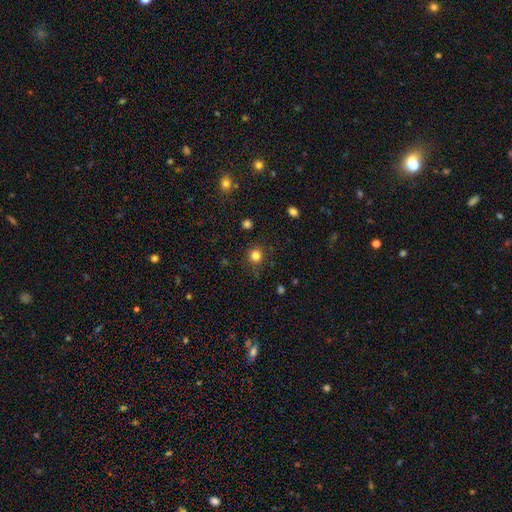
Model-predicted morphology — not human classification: This appears to be a smooth galaxy with no disk features (82%) that is round (90%). Merging: none (85%).